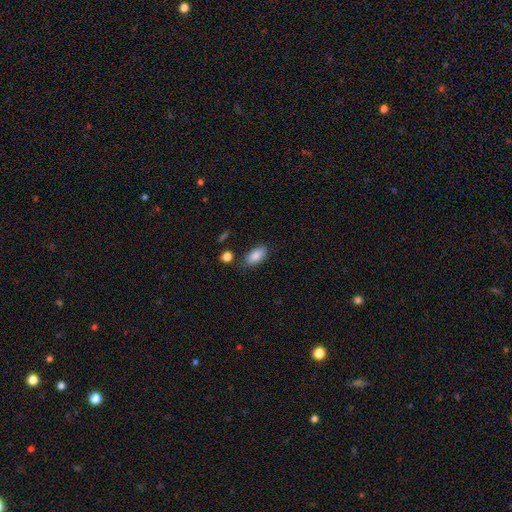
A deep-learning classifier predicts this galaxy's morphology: Smooth or featured? smooth (87%)
How rounded? in between (91%)
Merging? none (76%)